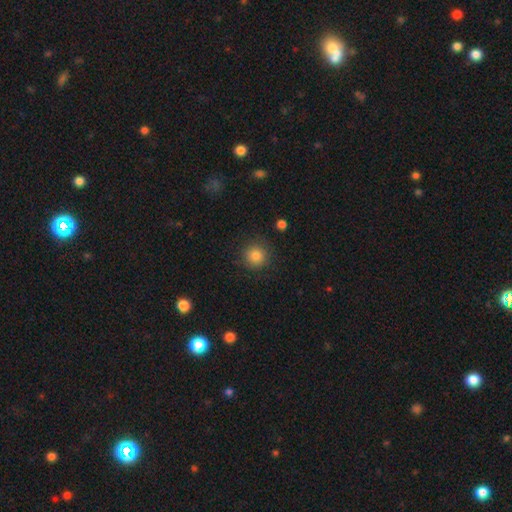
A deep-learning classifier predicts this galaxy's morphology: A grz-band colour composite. It shows a smooth galaxy with no disk features (83%) that is round (93%). Merging: none (87%).